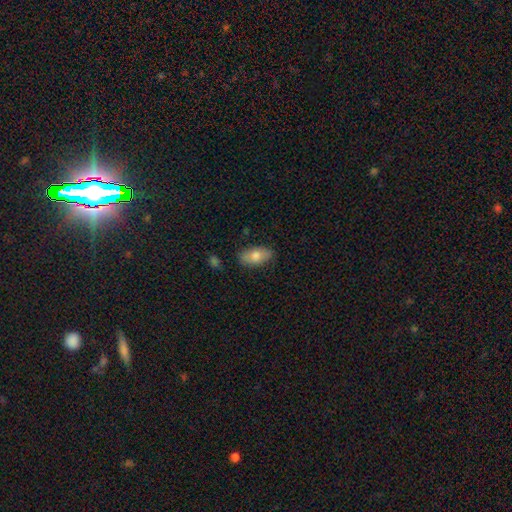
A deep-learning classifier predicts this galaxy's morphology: Smooth or featured? smooth (76%)
How rounded? in between (91%)
Merging? none (82%)